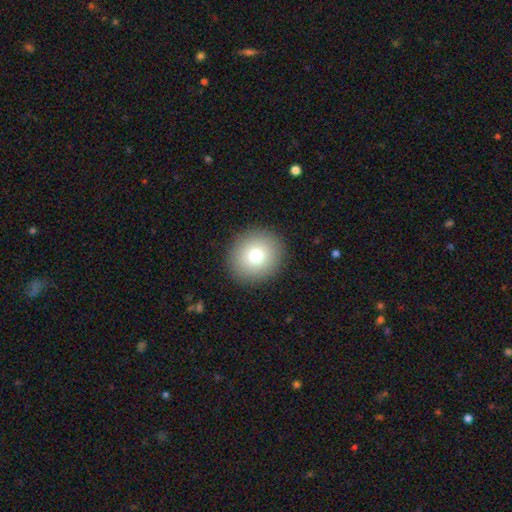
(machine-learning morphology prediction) smooth_or_featured: smooth (p=0.77) [alt: featured or disk p=0.12]
how_rounded: round (p=0.87) [alt: in between p=0.12]
merging: none (p=0.91) [alt: minor disturbance p=0.06]